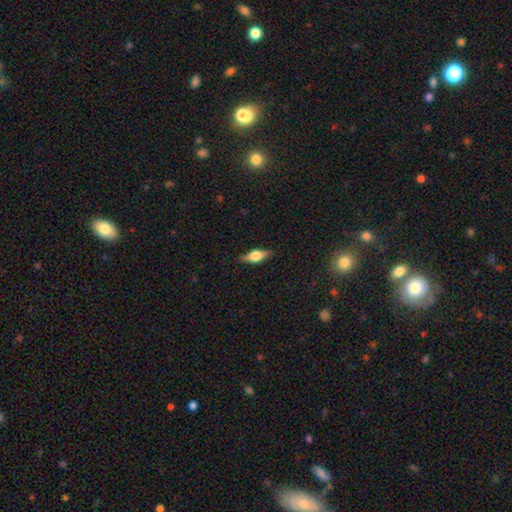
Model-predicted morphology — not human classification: A featured or disk galaxy (47%).

Vote fractions:
- Smooth or featured? featured or disk: 47% / smooth: 46% / star or artifact: 8%
- Merging? none: 85% / minor disturbance: 11% / major disturbance: 2% / merger: 1%